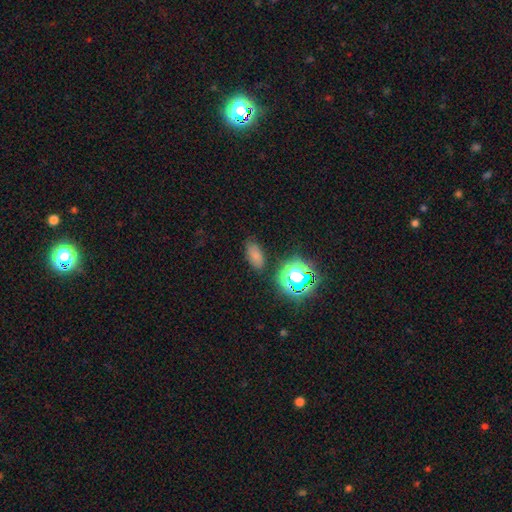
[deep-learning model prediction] Overall: smooth (69%). How rounded: in between (88%). Merging: none (79%).